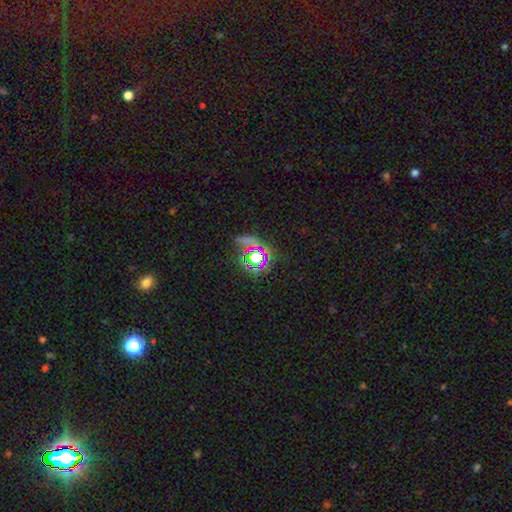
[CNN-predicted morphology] This is likely a star or artifact rather than a galaxy (72%).